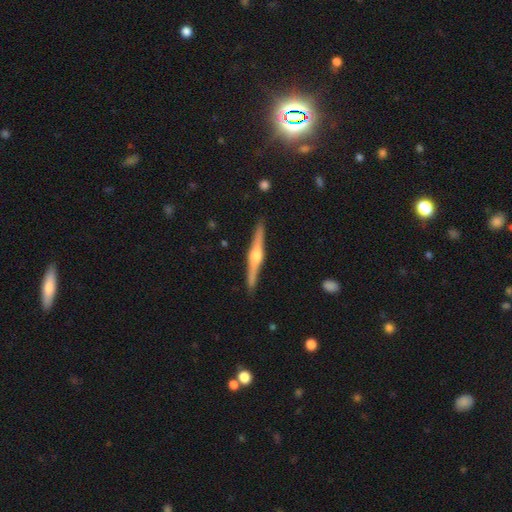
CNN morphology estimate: The model was most divided on "smooth or featured": featured or disk: 79%, smooth: 16%, star or artifact: 5%. More confident: edge-on disk — yes (98%); edge-on bulge — rounded (92%); merging — none (90%).